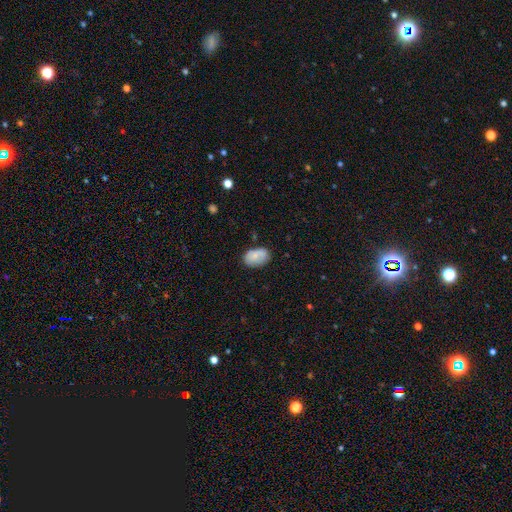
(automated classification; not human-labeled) Smooth or featured?
  - smooth: 79% *
  - featured or disk: 14%
  - star or artifact: 7%
How rounded?
  - in between: 90% *
  - round: 9%
  - cigar-shaped: 1%
Merging?
  - none: 73% *
  - minor disturbance: 20%
  - major disturbance: 4%
  - merger: 3%